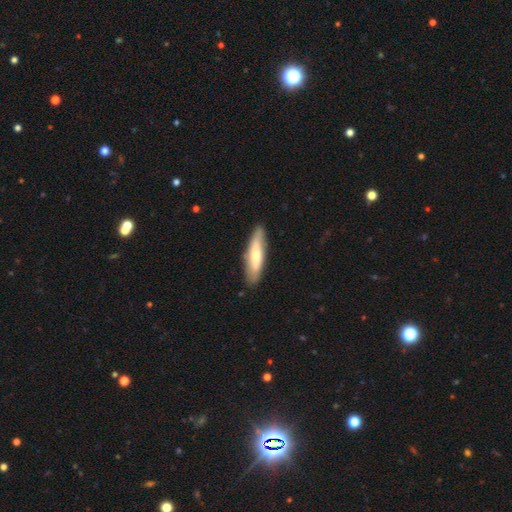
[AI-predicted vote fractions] Smooth or featured? Predicted: smooth (p=0.65). How rounded? Predicted: cigar-shaped (p=0.70). Merging? Predicted: none (p=0.84).